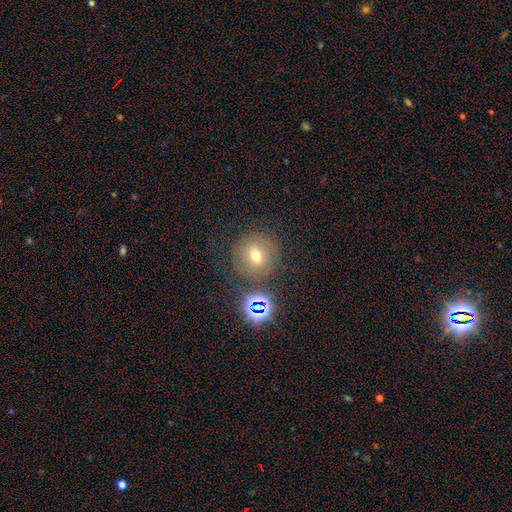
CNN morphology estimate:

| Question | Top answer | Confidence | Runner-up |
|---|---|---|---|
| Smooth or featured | smooth | 53% | featured or disk (25%) |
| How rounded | round | 88% | in between (11%) |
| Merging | none | 75% | minor disturbance (12%) |